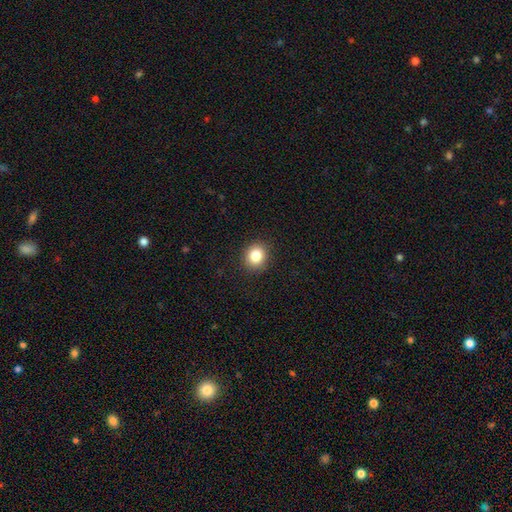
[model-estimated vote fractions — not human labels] The model was most divided on "how rounded": round: 74%, in between: 25%, cigar-shaped: 1%. More confident: merging — none (90%); smooth or featured — smooth (84%).